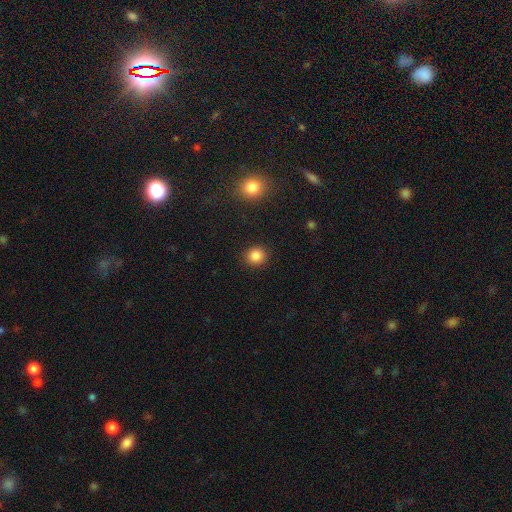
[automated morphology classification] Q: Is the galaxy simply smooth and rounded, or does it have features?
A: smooth — 86%.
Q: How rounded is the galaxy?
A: round — 88%.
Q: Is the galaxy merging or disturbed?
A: none — 91%.